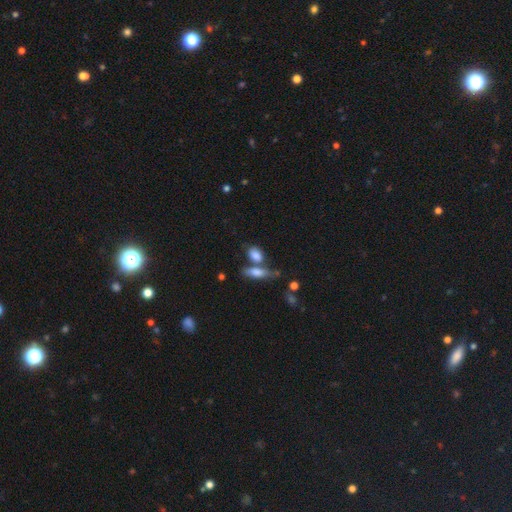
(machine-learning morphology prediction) type=smooth (81%); roundness=in between (80%); merging=none (48%).